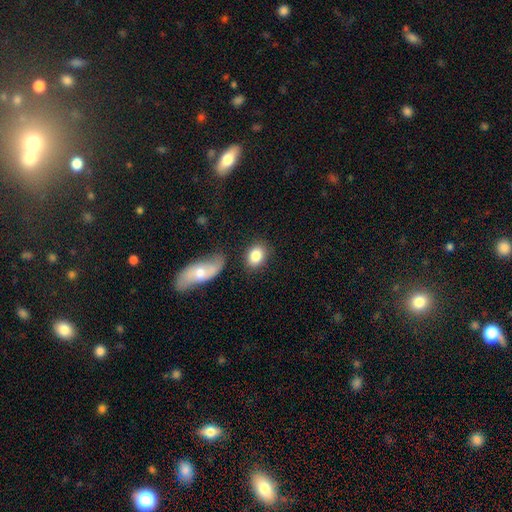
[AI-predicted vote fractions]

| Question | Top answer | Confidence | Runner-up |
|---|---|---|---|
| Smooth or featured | smooth | 83% | featured or disk (9%) |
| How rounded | in between | 68% | round (31%) |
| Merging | none | 74% | minor disturbance (13%) |